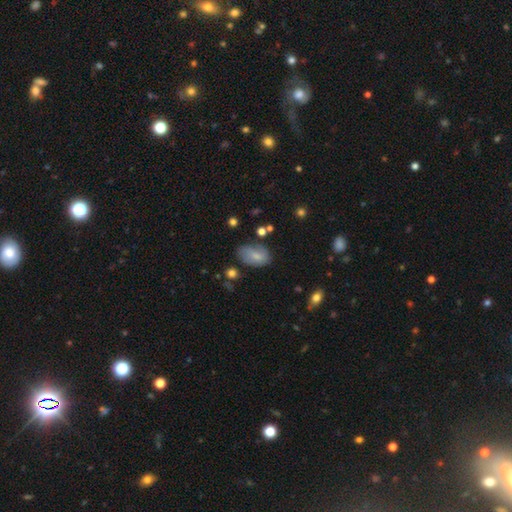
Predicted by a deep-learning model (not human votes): The model was most divided on "merging": none: 54%, minor disturbance: 31%, major disturbance: 11%, merger: 4%. More confident: how rounded — in between (90%); smooth or featured — smooth (73%).